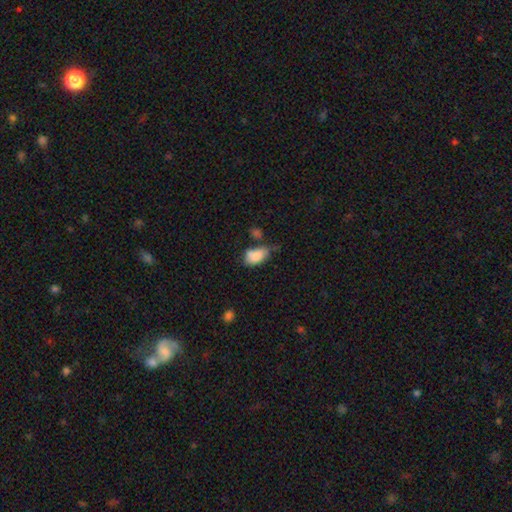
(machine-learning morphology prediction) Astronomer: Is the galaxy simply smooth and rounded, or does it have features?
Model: smooth — 78%.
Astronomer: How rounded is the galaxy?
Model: in between — 91%.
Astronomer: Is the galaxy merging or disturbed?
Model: none — 36% (runner-up: minor disturbance, 33%).